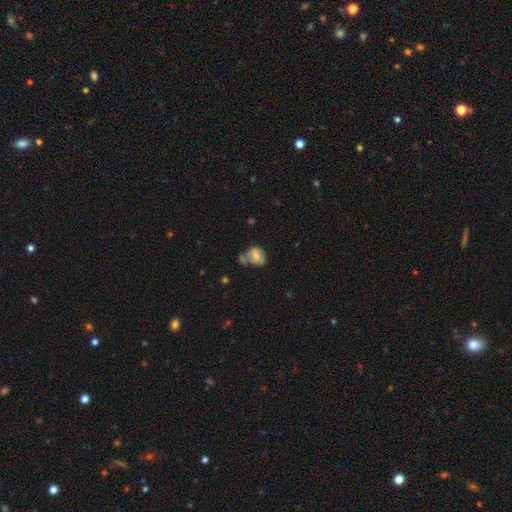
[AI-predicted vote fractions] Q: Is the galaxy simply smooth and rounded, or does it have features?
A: smooth — 64%.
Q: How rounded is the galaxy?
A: in between — 52%.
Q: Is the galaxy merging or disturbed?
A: none — 39%.